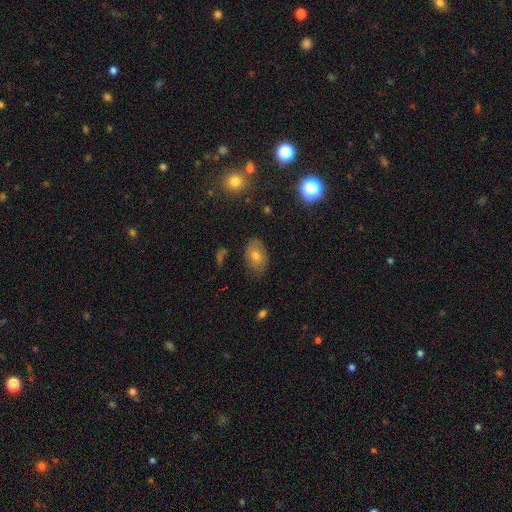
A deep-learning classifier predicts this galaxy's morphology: smooth 59%, featured or disk 25%, star or artifact 16%. Down the decision tree: how rounded — in between (84%); merging — none (77%).